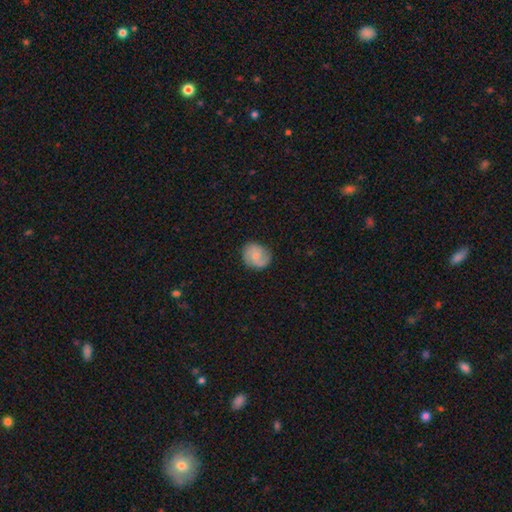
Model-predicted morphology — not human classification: type=featured or disk (49%); merging=none (77%).